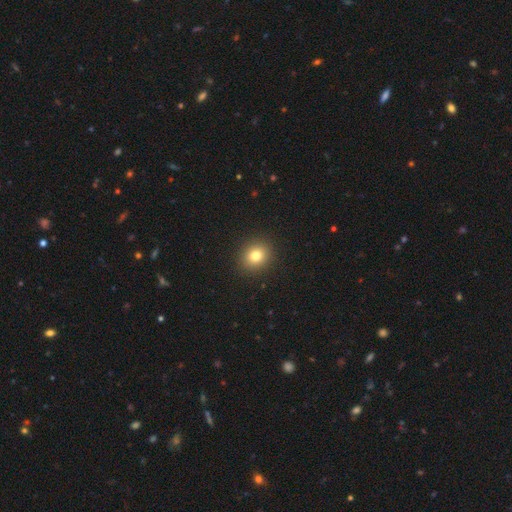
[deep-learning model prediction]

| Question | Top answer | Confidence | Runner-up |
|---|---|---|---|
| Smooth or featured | smooth | 80% | star or artifact (12%) |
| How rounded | round | 76% | in between (23%) |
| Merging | none | 91% | minor disturbance (6%) |